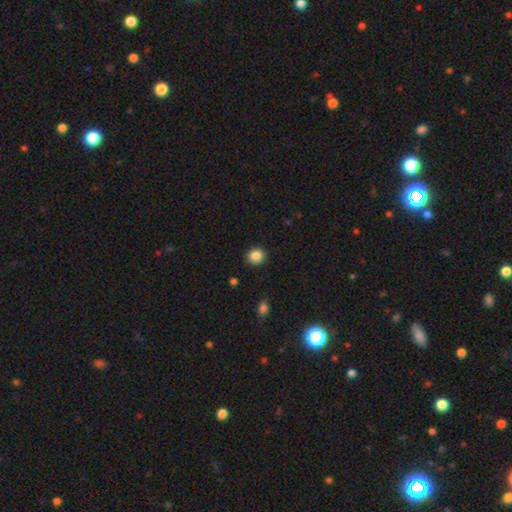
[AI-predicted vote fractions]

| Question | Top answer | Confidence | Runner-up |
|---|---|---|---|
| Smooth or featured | smooth | 86% | star or artifact (10%) |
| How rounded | round | 84% | in between (15%) |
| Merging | none | 91% | minor disturbance (6%) |